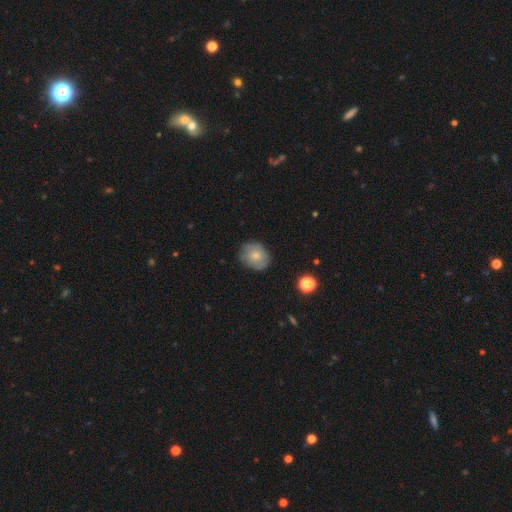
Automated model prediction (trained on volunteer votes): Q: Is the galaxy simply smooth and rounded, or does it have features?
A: smooth — 68%.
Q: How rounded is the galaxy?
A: round — 62%.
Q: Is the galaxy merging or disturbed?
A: none — 77%.